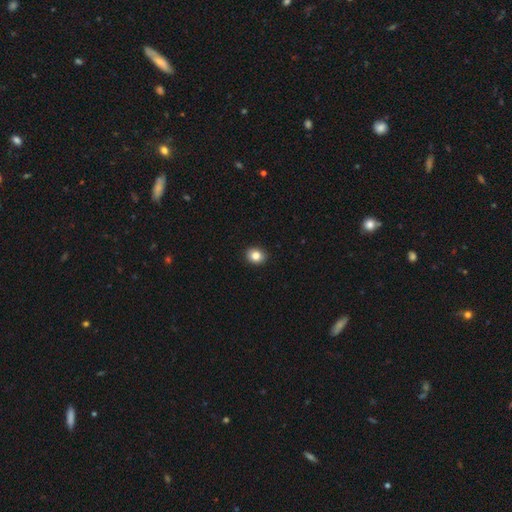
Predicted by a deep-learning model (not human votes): smooth_or_featured: smooth (p=0.84) [alt: star or artifact p=0.10]
how_rounded: round (p=0.64) [alt: in between p=0.35]
merging: none (p=0.91) [alt: minor disturbance p=0.06]